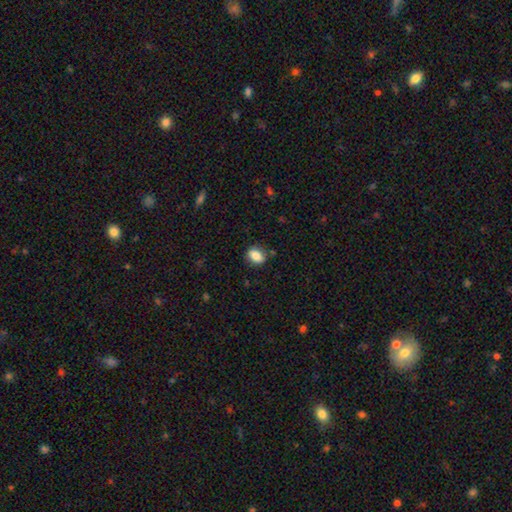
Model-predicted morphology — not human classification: The model was most divided on "how rounded": in between: 71%, round: 27%, cigar-shaped: 2%. More confident: smooth or featured — smooth (82%); merging — none (80%).